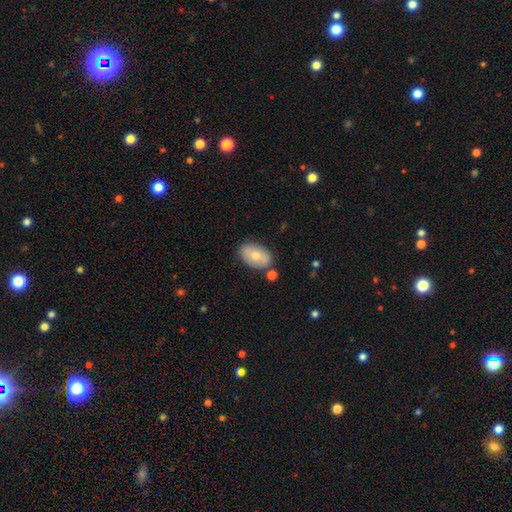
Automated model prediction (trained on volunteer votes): Smooth or featured? Predicted: smooth (p=0.73). How rounded? Predicted: in between (p=0.90). Merging? Predicted: none (p=0.78).